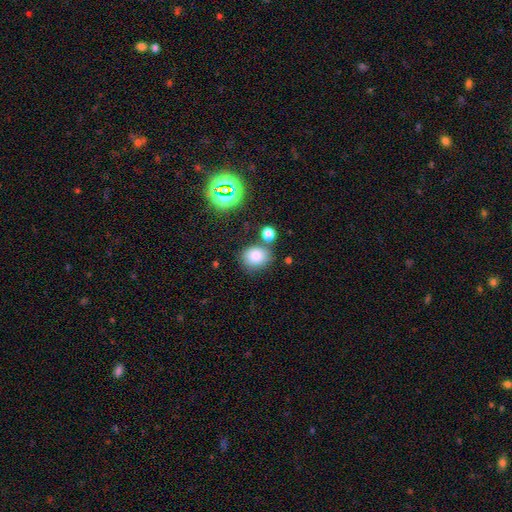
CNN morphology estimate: Overall: smooth (79%). How rounded: round (64%; in between 35%). Merging: none (68%).